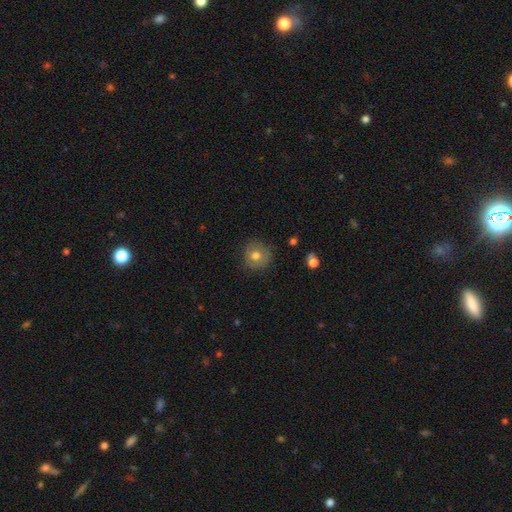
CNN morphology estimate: Smooth or featured?
  - smooth: 73% *
  - featured or disk: 18%
  - star or artifact: 9%
How rounded?
  - round: 90% *
  - in between: 9%
  - cigar-shaped: 1%
Merging?
  - none: 79% *
  - minor disturbance: 15%
  - major disturbance: 4%
  - merger: 1%